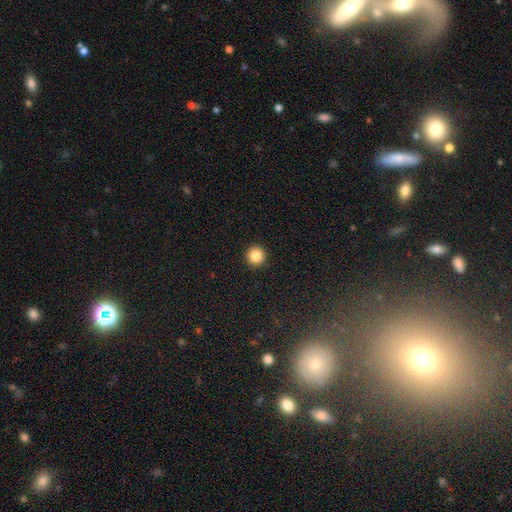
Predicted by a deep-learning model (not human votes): Q: Smooth or featured?
A: smooth (85%); runner-up: star or artifact (10%)
Q: How rounded?
A: round (96%); runner-up: in between (3%)
Q: Merging?
A: none (93%); runner-up: minor disturbance (4%)